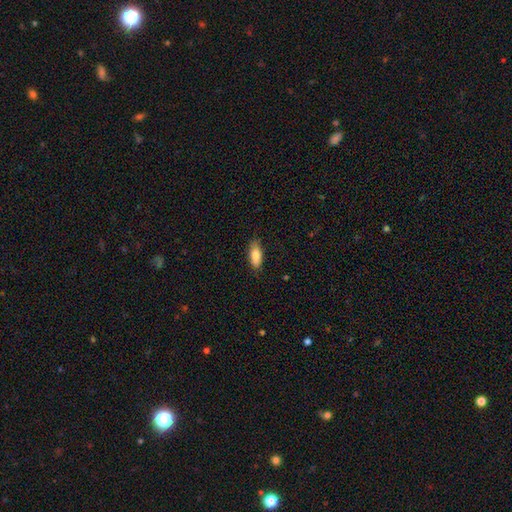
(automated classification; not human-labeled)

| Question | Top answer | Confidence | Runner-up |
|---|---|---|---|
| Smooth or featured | smooth | 85% | featured or disk (8%) |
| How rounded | in between | 78% | cigar-shaped (20%) |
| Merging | none | 81% | minor disturbance (15%) |